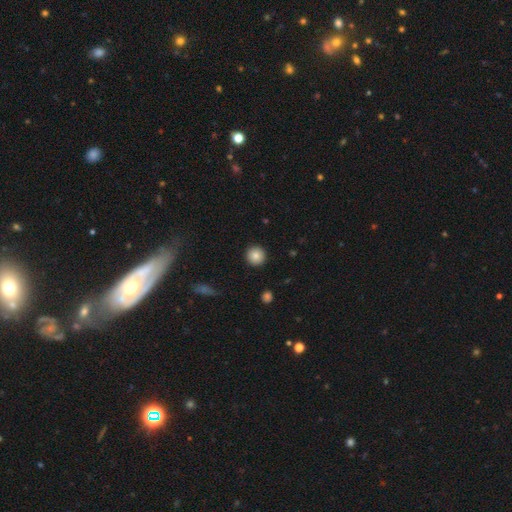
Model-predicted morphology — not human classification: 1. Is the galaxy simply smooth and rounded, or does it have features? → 85% smooth, 9% star or artifact, 6% featured or disk.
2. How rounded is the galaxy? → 95% round, 4% in between, 1% cigar-shaped.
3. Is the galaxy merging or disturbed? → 92% none, 5% minor disturbance, 2% major disturbance, 1% merger.